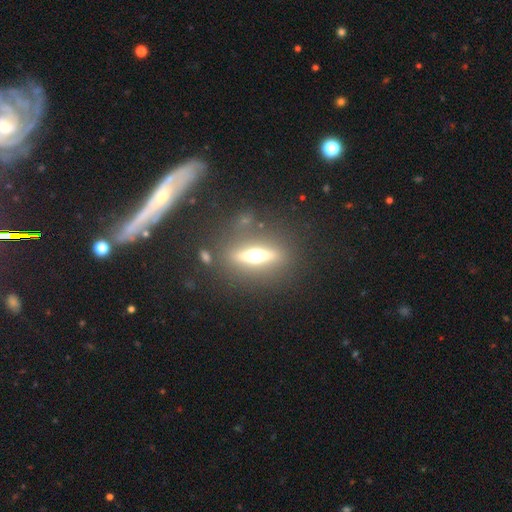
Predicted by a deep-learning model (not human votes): This is likely a featured or disk galaxy (64%). It is clearly viewed edge-on (85%). Edge-on bulge: clearly rounded (94%). Merging: likely none (78%).